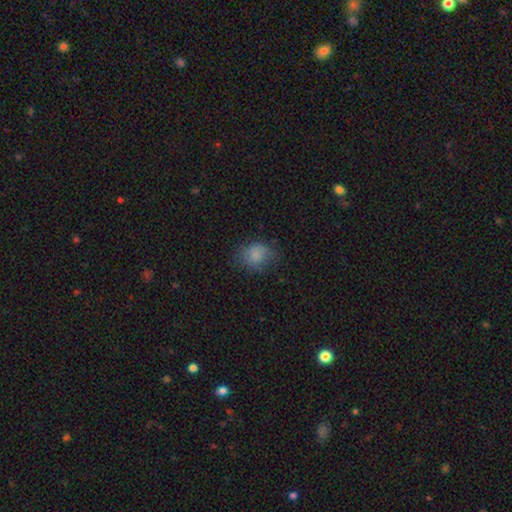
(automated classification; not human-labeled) The model was most divided on "how rounded": round: 51%, in between: 48%, cigar-shaped: 1%. More confident: smooth or featured — smooth (80%); merging — none (64%).